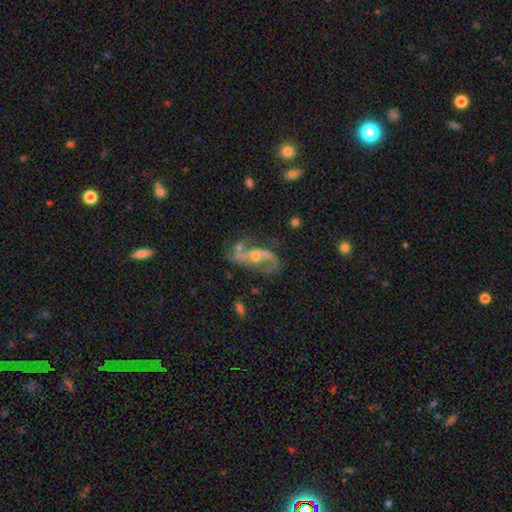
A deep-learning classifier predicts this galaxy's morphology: Smooth or featured?
  - featured or disk: 80% *
  - smooth: 11%
  - star or artifact: 9%
Edge-on disk?
  - no: 95% *
  - yes: 5%
Bar?
  - no: 50% *
  - weak: 38%
  - strong: 13%
Spiral arms?
  - yes: 88% *
  - no: 12%
Spiral winding?
  - loose: 53% *
  - medium: 37%
  - tight: 11%
Spiral arm count?
  - 2: 78% *
  - 1: 9%
  - can't tell: 8%
  - 3: 3%
  - 4: 1%
  - more than 4: 1%
Bulge size?
  - small: 45% *
  - moderate: 43%
  - none: 7%
  - large: 4%
  - dominant: 1%
Merging?
  - none: 45% *
  - major disturbance: 24%
  - minor disturbance: 21%
  - merger: 11%